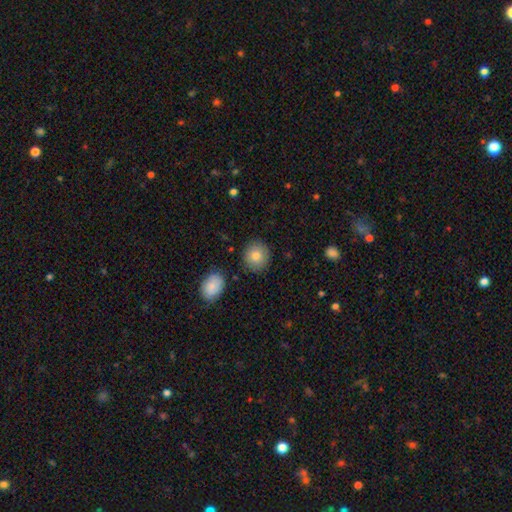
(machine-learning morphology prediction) Q: Smooth or featured?
A: smooth (83%); runner-up: featured or disk (9%)
Q: How rounded?
A: round (83%); runner-up: in between (16%)
Q: Merging?
A: none (87%); runner-up: minor disturbance (8%)